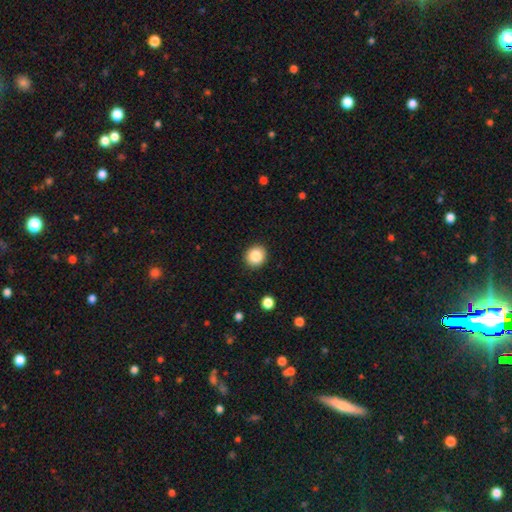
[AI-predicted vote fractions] Smooth or featured? smooth (86%)
How rounded? round (87%)
Merging? none (92%)